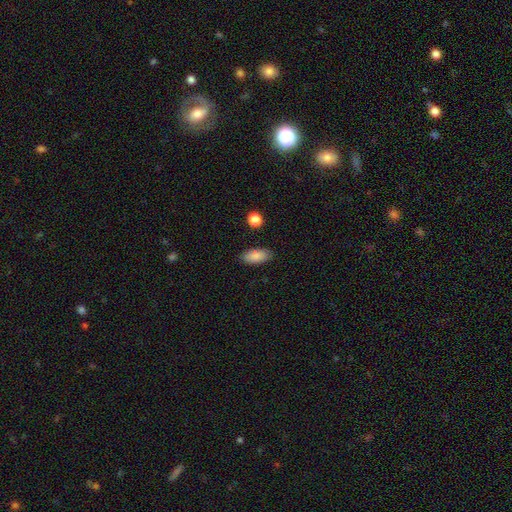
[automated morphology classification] smooth 87%, star or artifact 7%, featured or disk 6%. Down the decision tree: how rounded — in between (89%); merging — none (86%).